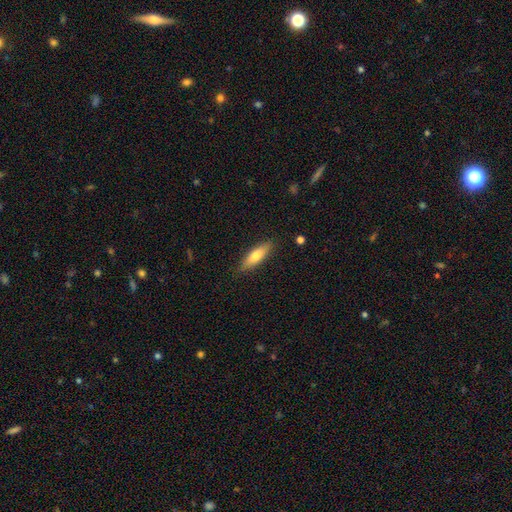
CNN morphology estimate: A smooth galaxy with no disk features (70%) that is cigar-shaped (54%).

Vote fractions:
- Smooth or featured? smooth: 70% / featured or disk: 24% / star or artifact: 6%
- How rounded? cigar-shaped: 54% / in between: 44% / round: 2%
- Merging? none: 84% / minor disturbance: 12% / major disturbance: 2% / merger: 1%